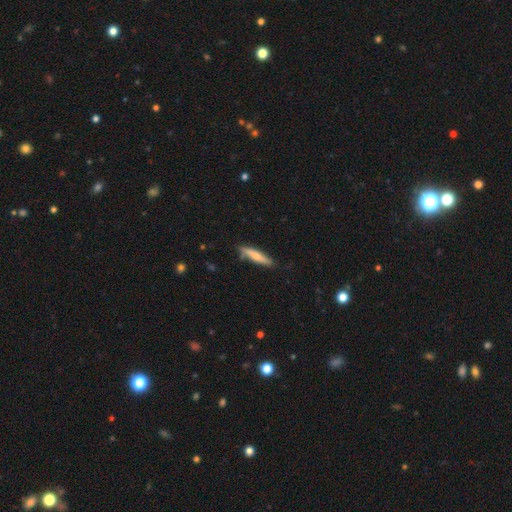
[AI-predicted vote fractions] smooth 66%, featured or disk 28%, star or artifact 6%. Down the decision tree: how rounded — cigar-shaped (86%); merging — none (73%).